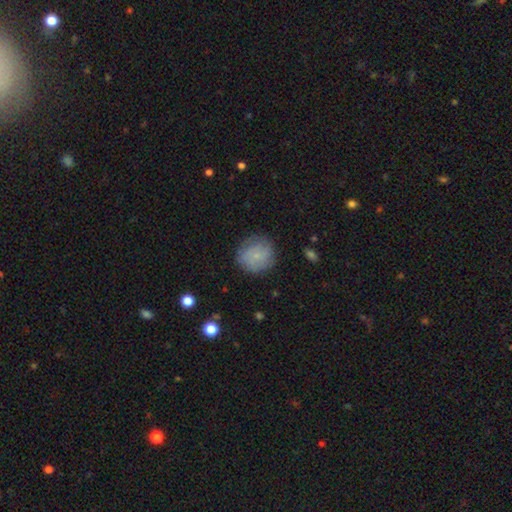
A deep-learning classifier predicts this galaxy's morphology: A smooth galaxy with no disk features (66%) that is round (87%).

Vote fractions:
- Smooth or featured? smooth: 66% / featured or disk: 25% / star or artifact: 9%
- How rounded? round: 87% / in between: 12% / cigar-shaped: 1%
- Merging? none: 79% / minor disturbance: 15% / major disturbance: 5% / merger: 1%